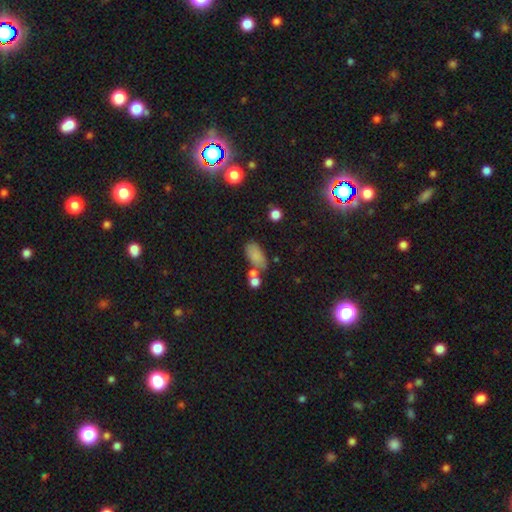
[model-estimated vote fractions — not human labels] Q: Smooth or featured?
A: smooth (80%); runner-up: star or artifact (11%)
Q: How rounded?
A: in between (88%); runner-up: cigar-shaped (7%)
Q: Merging?
A: none (56%); runner-up: merger (19%)